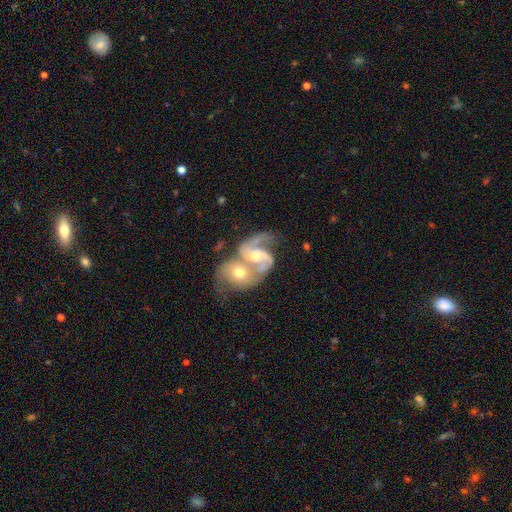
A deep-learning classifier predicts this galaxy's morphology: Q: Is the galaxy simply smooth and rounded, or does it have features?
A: featured or disk — 82%.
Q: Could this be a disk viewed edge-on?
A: no — 97%.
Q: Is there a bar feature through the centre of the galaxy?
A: no — 42%.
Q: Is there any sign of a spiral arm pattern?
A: yes — 90%.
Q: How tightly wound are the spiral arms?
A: medium — 48%.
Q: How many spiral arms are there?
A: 2 — 74%.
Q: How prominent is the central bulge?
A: moderate — 58%.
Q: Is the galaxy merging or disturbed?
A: merger — 69%.